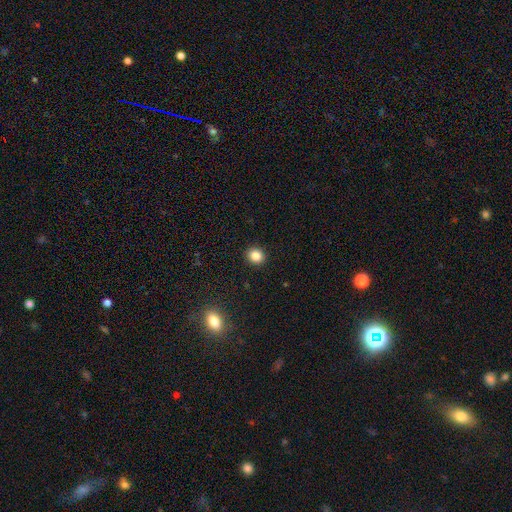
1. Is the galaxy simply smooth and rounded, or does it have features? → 90% smooth, 5% featured or disk, 5% star or artifact.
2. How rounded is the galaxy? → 83% round, 17% in between, 0% cigar-shaped.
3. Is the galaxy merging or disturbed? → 92% none, 5% major disturbance, 3% minor disturbance, 0% merger.